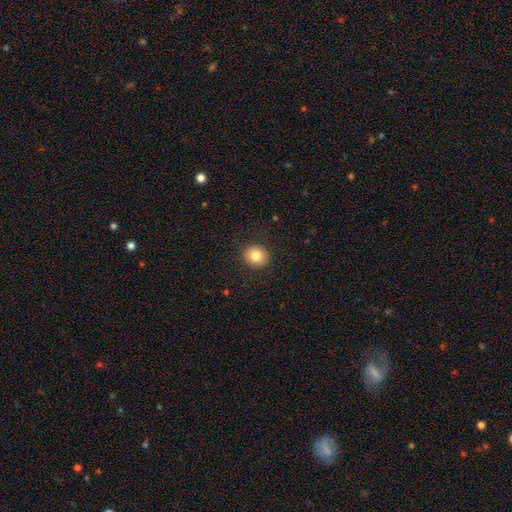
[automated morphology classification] This appears to be a smooth galaxy with no disk features (83%) that is round (76%). Merging: none (89%).